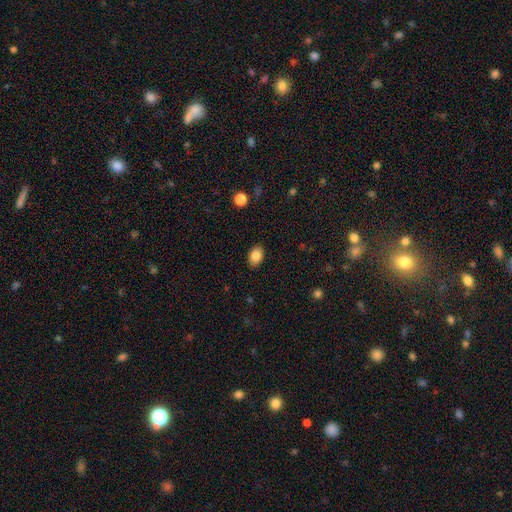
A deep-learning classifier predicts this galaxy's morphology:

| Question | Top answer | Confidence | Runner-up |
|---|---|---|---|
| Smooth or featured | smooth | 85% | star or artifact (8%) |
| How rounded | in between | 82% | round (17%) |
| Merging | none | 88% | minor disturbance (9%) |